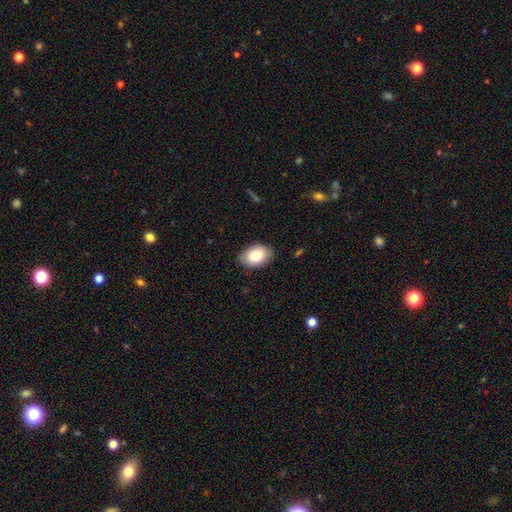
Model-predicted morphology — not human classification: smooth 82%, featured or disk 11%, star or artifact 7%. Down the decision tree: how rounded — in between (84%); merging — none (83%).